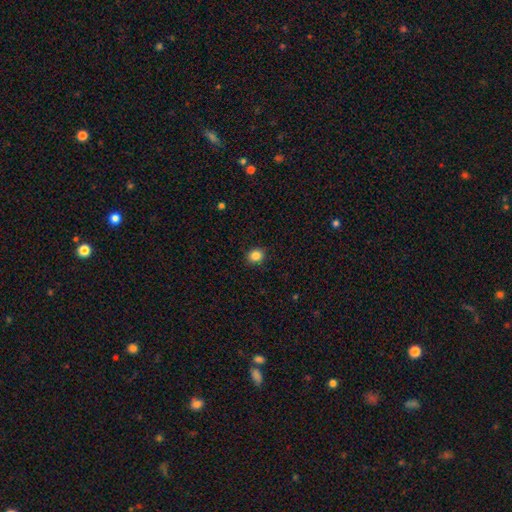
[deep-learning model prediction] Smooth or featured? Predicted: smooth (p=0.86). How rounded? Predicted: round (p=0.77). Merging? Predicted: none (p=0.90).